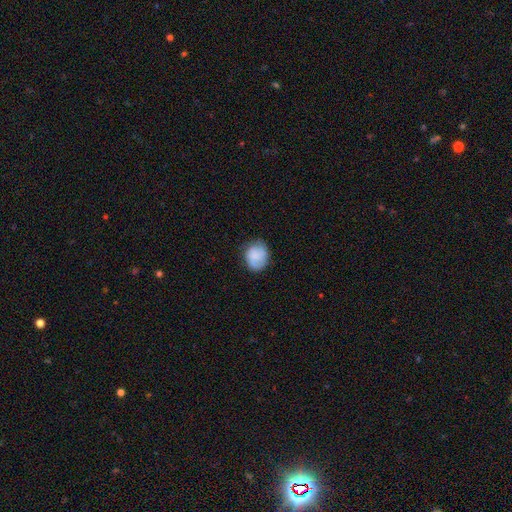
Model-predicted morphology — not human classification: smooth-or-featured: smooth: 71% | featured or disk: 21% | star or artifact: 8%
  how-rounded: round: 62% | in between: 37% | cigar-shaped: 1%
  merging: none: 69% | minor disturbance: 23% | major disturbance: 7% | merger: 1%